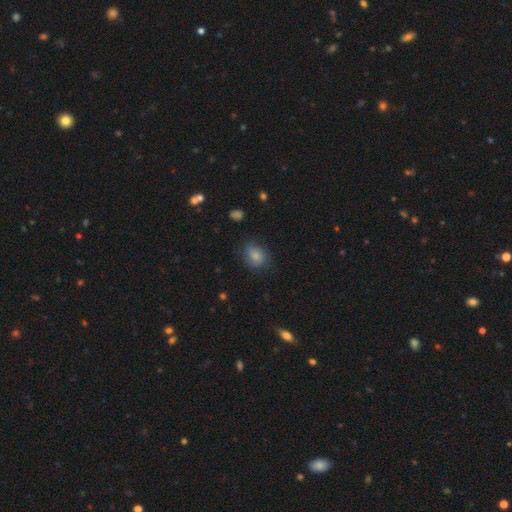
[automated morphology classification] Smooth or featured?
  - smooth: 80% *
  - featured or disk: 10%
  - star or artifact: 9%
How rounded?
  - round: 54% *
  - in between: 45%
  - cigar-shaped: 1%
Merging?
  - none: 73% *
  - minor disturbance: 20%
  - major disturbance: 6%
  - merger: 1%